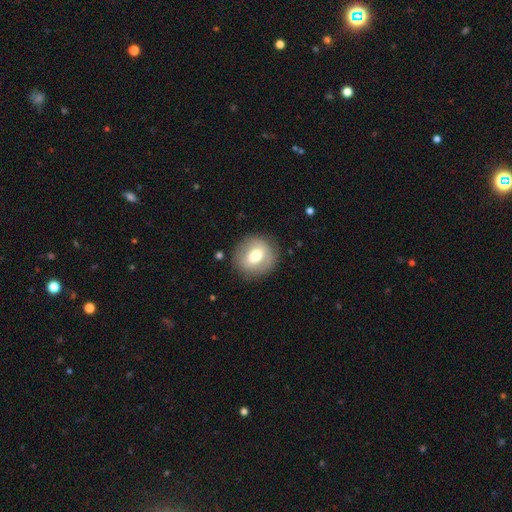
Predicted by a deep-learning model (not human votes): Smooth or featured?
  - smooth: 62% *
  - featured or disk: 30%
  - star or artifact: 8%
How rounded?
  - round: 86% *
  - in between: 13%
  - cigar-shaped: 1%
Merging?
  - none: 84% *
  - minor disturbance: 10%
  - major disturbance: 4%
  - merger: 1%